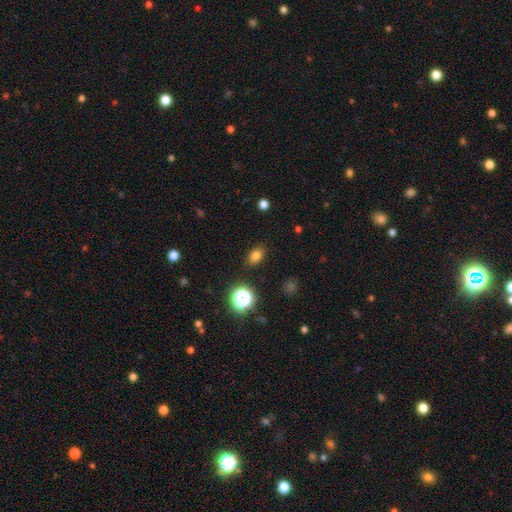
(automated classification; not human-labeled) smooth_or_featured: smooth (p=0.77) [alt: star or artifact p=0.16]
how_rounded: in between (p=0.76) [alt: round p=0.22]
merging: none (p=0.86) [alt: minor disturbance p=0.10]